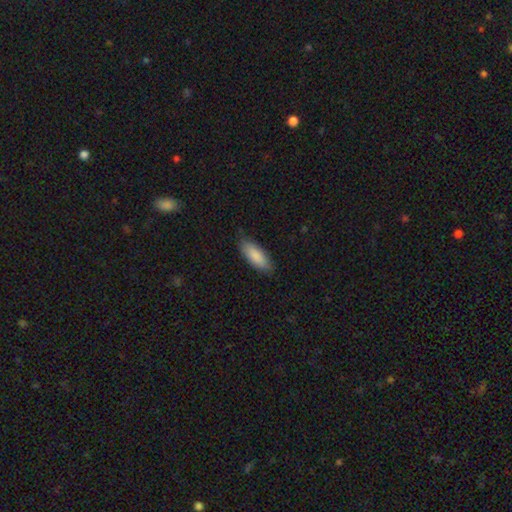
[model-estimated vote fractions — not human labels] Q: Smooth or featured?
A: smooth (87%); runner-up: featured or disk (8%)
Q: How rounded?
A: in between (74%); runner-up: cigar-shaped (25%)
Q: Merging?
A: none (83%); runner-up: minor disturbance (13%)